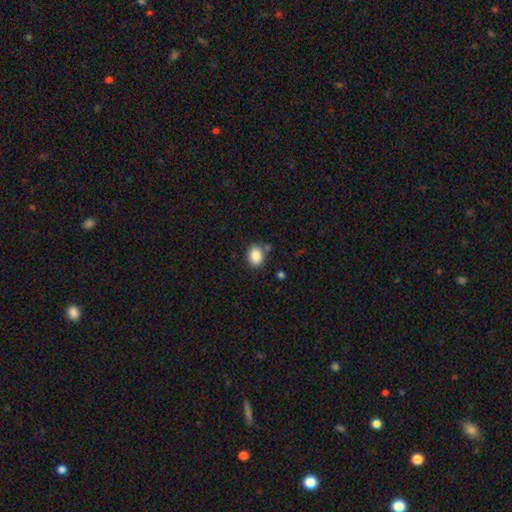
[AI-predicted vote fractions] Morphology: type=smooth (87%); roundness=round (52%); merging=none (77%).